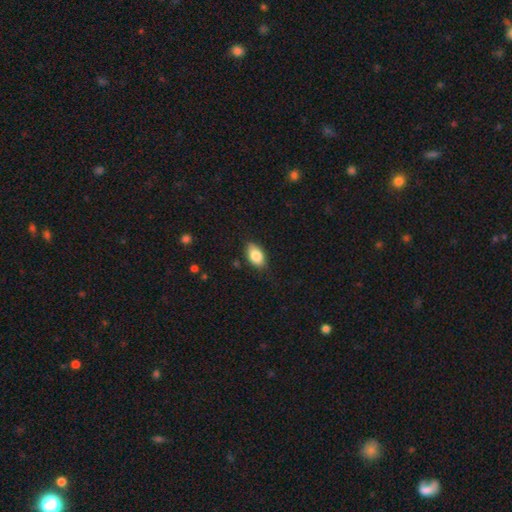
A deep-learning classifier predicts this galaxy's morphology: The model was most divided on "merging": none: 79%, minor disturbance: 17%, major disturbance: 3%, merger: 1%. More confident: how rounded — in between (91%); smooth or featured — smooth (83%).